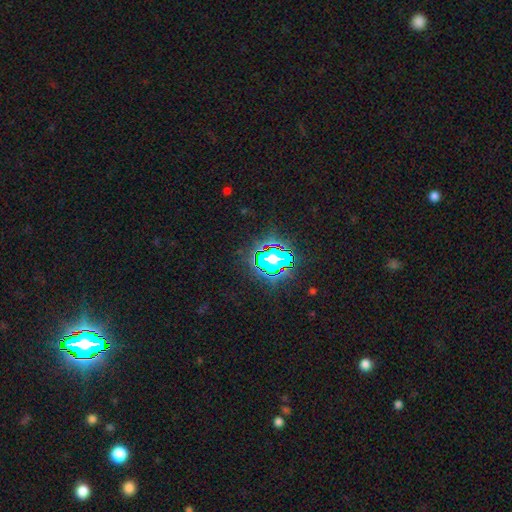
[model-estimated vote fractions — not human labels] This appears to be a star or artifact, not a galaxy (83%).